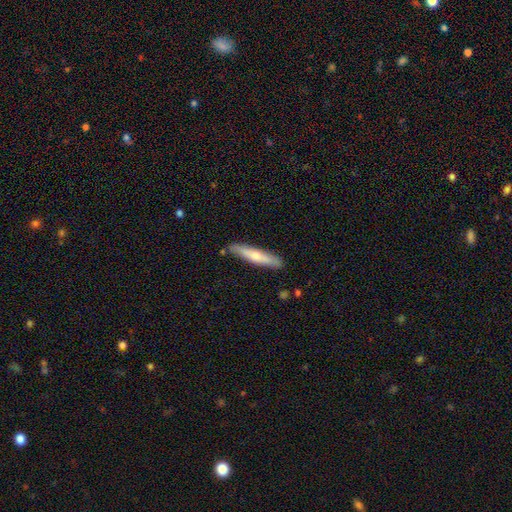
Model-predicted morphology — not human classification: smooth-or-featured: smooth: 57% | featured or disk: 38% | star or artifact: 5%
  how-rounded: cigar-shaped: 90% | in between: 8% | round: 1%
  merging: none: 85% | minor disturbance: 11% | merger: 2% | major disturbance: 2%